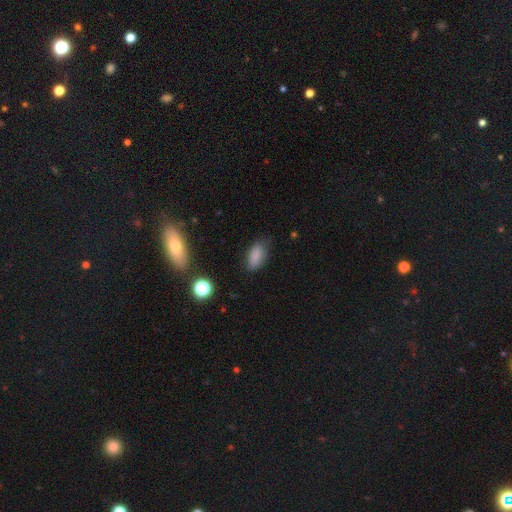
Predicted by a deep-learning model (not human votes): smooth 84%, star or artifact 10%, featured or disk 6%. Down the decision tree: how rounded — in between (87%); merging — none (75%).